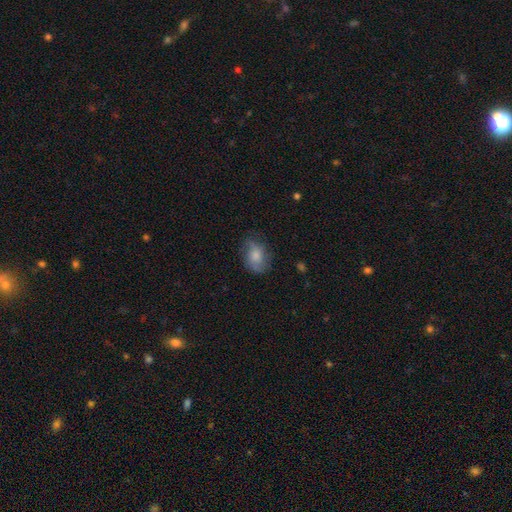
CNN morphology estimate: The model was most divided on "merging": none: 65%, minor disturbance: 25%, major disturbance: 9%, merger: 1%. More confident: how rounded — in between (70%); smooth or featured — smooth (68%).